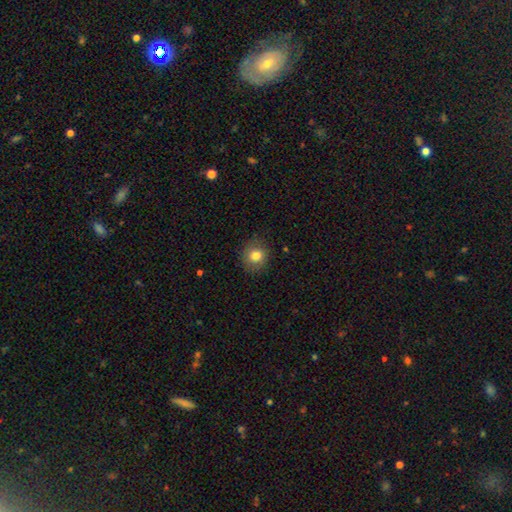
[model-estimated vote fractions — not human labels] smooth-or-featured: smooth: 82% | star or artifact: 10% | featured or disk: 8%
  how-rounded: round: 83% | in between: 16% | cigar-shaped: 1%
  merging: none: 86% | minor disturbance: 10% | major disturbance: 3% | merger: 1%